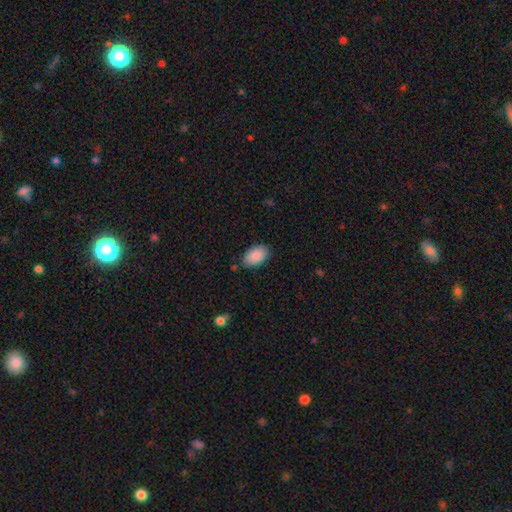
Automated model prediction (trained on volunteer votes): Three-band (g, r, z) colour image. It shows a smooth galaxy with no disk features (89%) that is in between round and cigar-shaped (93%). Merging: none (84%).